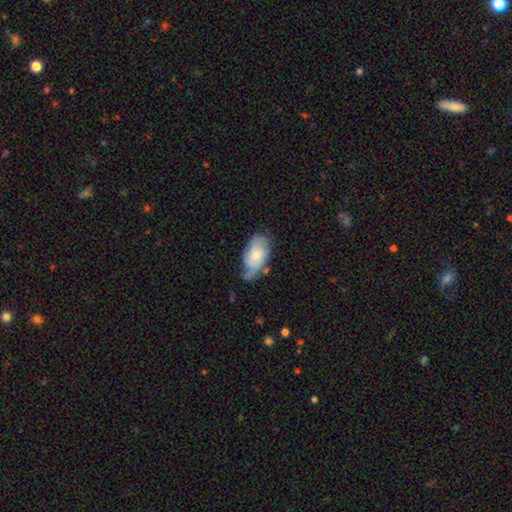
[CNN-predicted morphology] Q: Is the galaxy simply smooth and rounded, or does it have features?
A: smooth — 55%.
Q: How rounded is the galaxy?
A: in between — 93%.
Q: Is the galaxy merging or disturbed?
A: none — 46%.